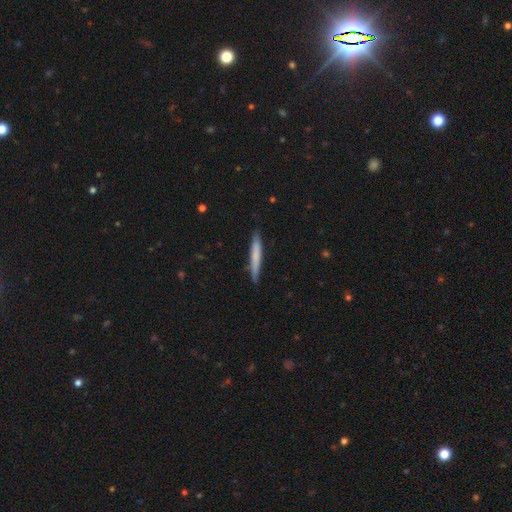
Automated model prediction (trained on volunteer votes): Smooth or featured?
  - smooth: 68% *
  - featured or disk: 26%
  - star or artifact: 5%
How rounded?
  - cigar-shaped: 96% *
  - in between: 3%
  - round: 1%
Merging?
  - none: 87% *
  - minor disturbance: 11%
  - major disturbance: 2%
  - merger: 1%